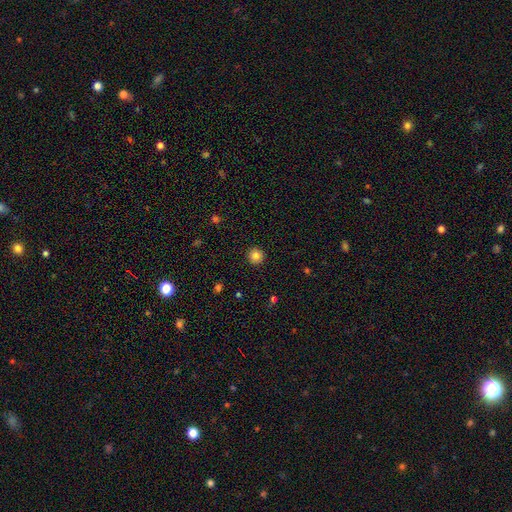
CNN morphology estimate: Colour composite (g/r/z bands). It shows a smooth galaxy with no disk features (83%) that is round (95%). Merging: none (93%).